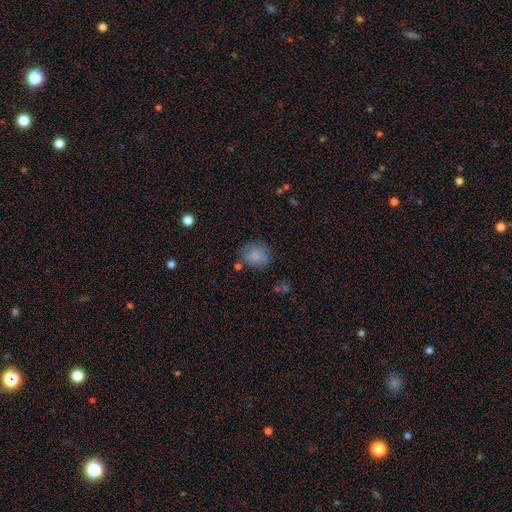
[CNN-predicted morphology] Overall: smooth (79%). How rounded: round (72%). Merging: none (69%).